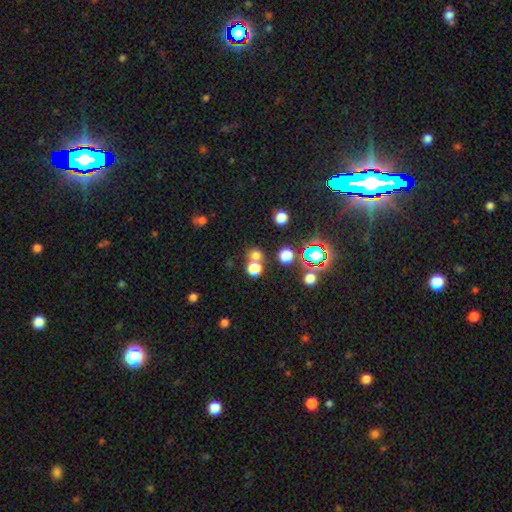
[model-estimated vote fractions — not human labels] Morphology: type=smooth (66%); roundness=round (84%); merging=none (58%).